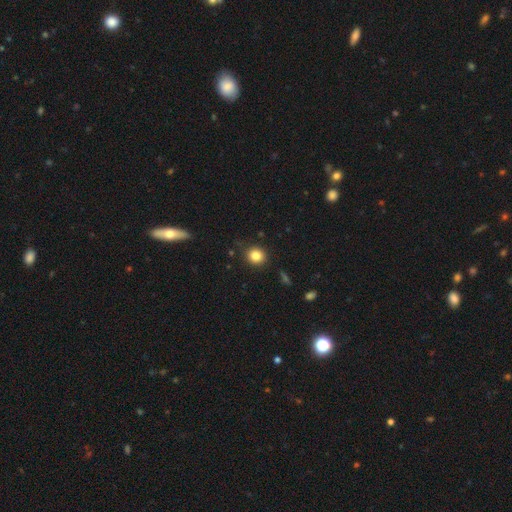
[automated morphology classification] This appears to be a smooth galaxy with no disk features (84%) that is round (86%). Merging: none (86%).